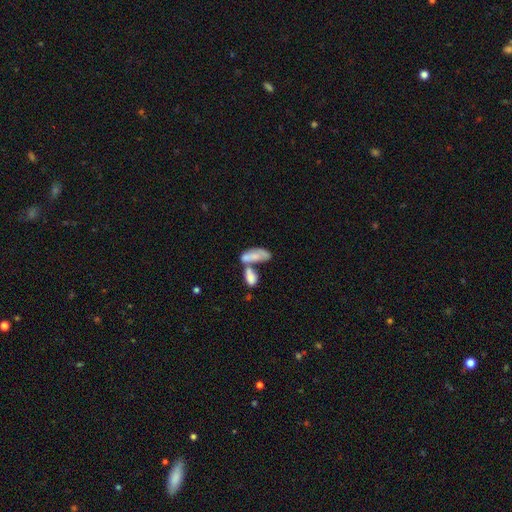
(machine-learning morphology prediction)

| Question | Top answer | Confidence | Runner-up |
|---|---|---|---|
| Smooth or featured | smooth | 63% | featured or disk (29%) |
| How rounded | in between | 82% | cigar-shaped (15%) |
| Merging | merger | 66% | none (16%) |